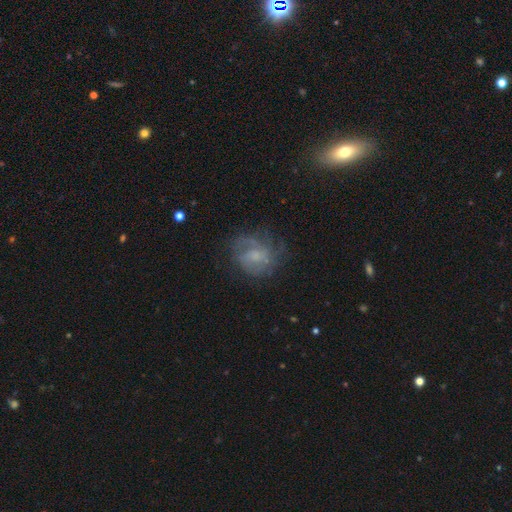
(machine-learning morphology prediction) Smooth or featured? Predicted: featured or disk (p=0.57). Edge-on disk? Predicted: no (p=0.97). Bar? Predicted: no (p=0.64). Spiral arms? Predicted: yes (p=0.72). Bulge size? Predicted: small (p=0.39). Merging? Predicted: none (p=0.58).